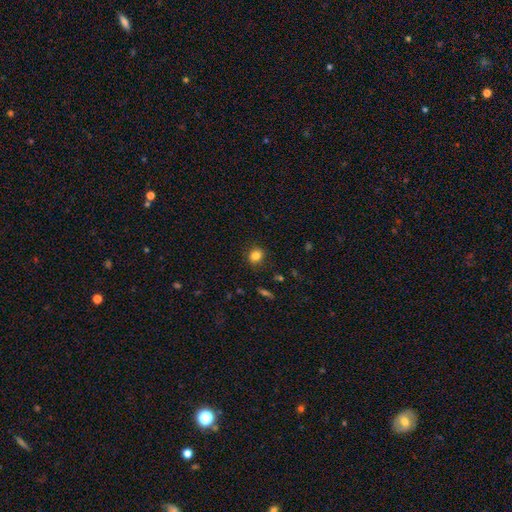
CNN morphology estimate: Smooth or featured? smooth (83%)
How rounded? round (75%)
Merging? none (88%)